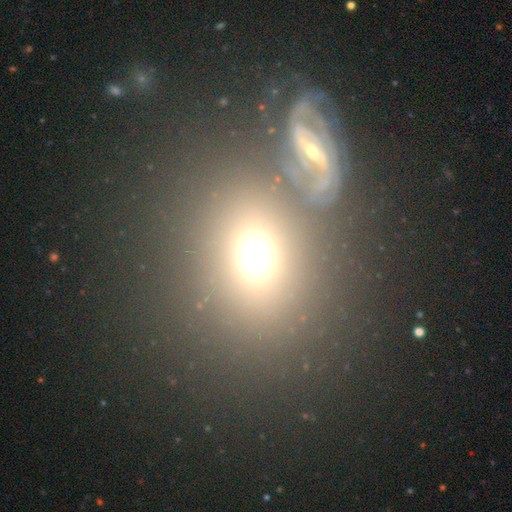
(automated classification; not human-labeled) Smooth or featured: smooth — 65% (featured or disk — 18%)
How rounded: round — 58% (in between — 40%)
Merging: none — 60% (merger — 22%)